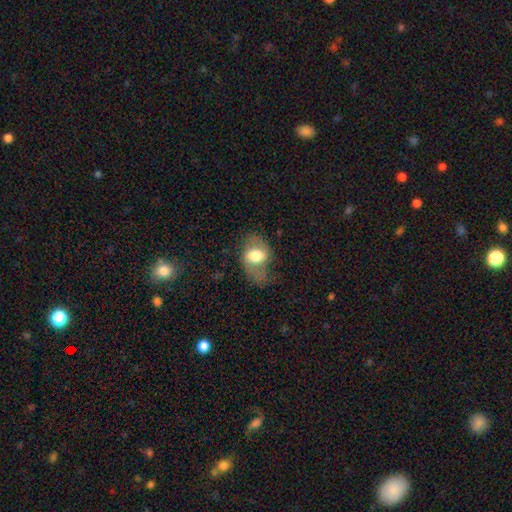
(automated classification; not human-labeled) The model was most divided on "merging": none: 41%, major disturbance: 29%, minor disturbance: 28%, merger: 2%. More confident: how rounded — in between (72%); smooth or featured — smooth (54%).